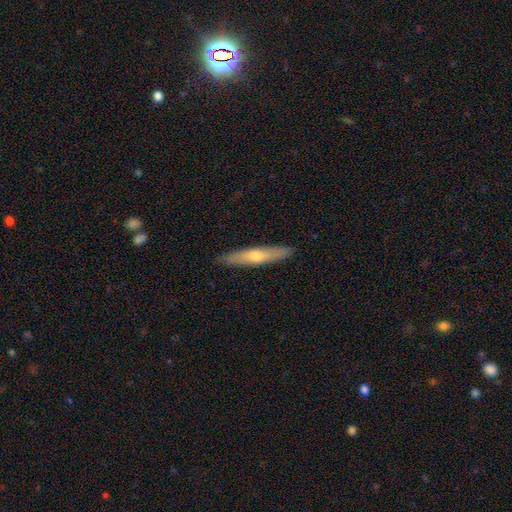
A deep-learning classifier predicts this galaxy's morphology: The model was most divided on "smooth or featured" (2-way tie): smooth: 47%, featured or disk: 47%, star or artifact: 6%. More confident: merging — none (90%).